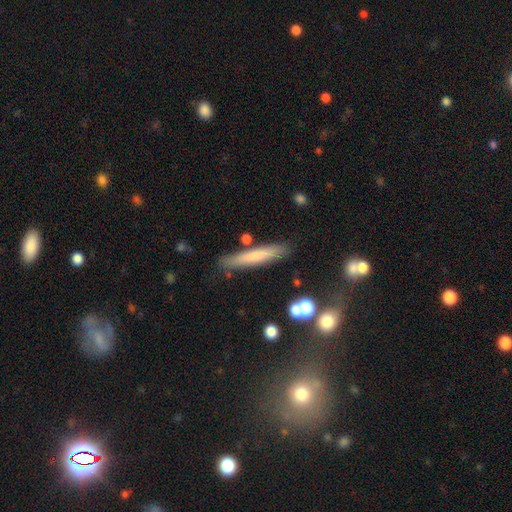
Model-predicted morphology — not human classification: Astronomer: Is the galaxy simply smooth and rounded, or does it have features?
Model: smooth — 69%.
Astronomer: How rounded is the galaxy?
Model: cigar-shaped — 92%.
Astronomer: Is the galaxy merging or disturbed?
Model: none — 83%.